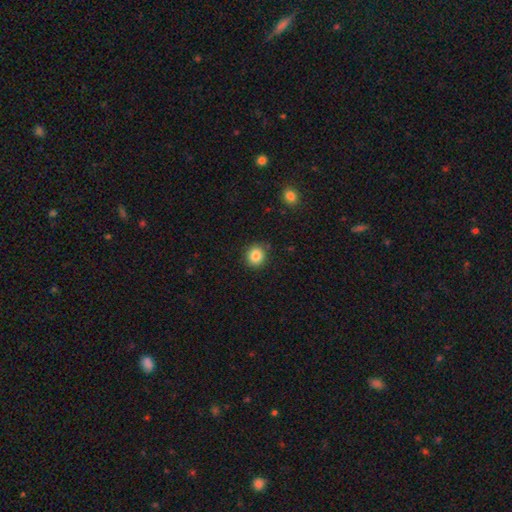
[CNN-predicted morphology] Smooth or featured? smooth (85%)
How rounded? round (86%)
Merging? none (88%)